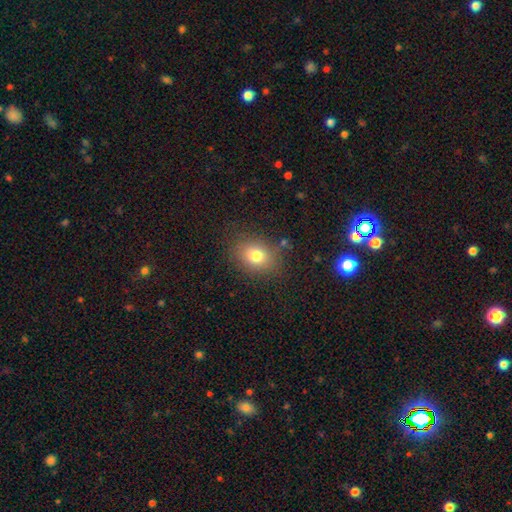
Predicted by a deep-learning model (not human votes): A smooth galaxy with no disk features (78%) that is in between round and cigar-shaped (55%).

Vote fractions:
- Smooth or featured? smooth: 78% / star or artifact: 12% / featured or disk: 10%
- How rounded? in between: 55% / round: 44% / cigar-shaped: 1%
- Merging? none: 82% / minor disturbance: 12% / major disturbance: 4% / merger: 2%